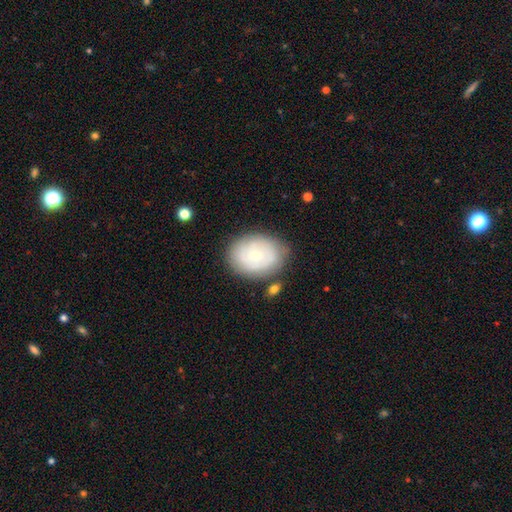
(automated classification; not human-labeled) Smooth or featured? Predicted: featured or disk (p=0.50). Edge-on disk? Predicted: no (p=0.96). Merging? Predicted: none (p=0.76).